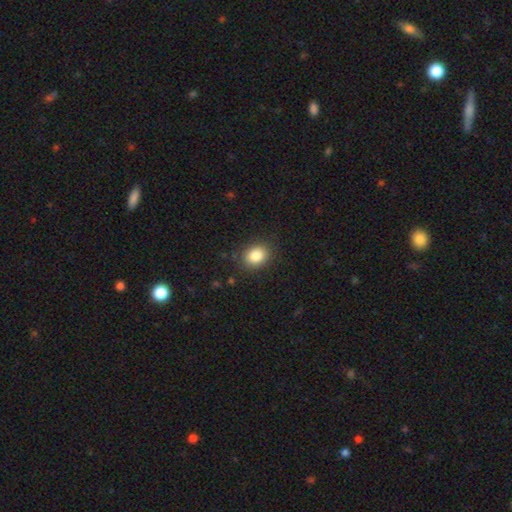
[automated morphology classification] Smooth or featured: smooth — 86% (star or artifact — 9%)
How rounded: in between — 51% (round — 48%)
Merging: none — 86% (minor disturbance — 10%)